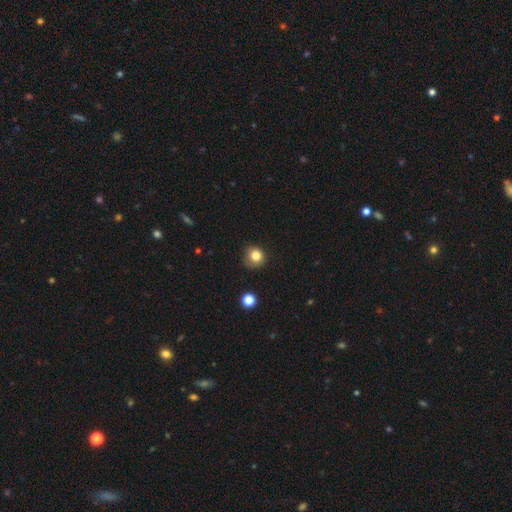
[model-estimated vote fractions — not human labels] A smooth galaxy with no disk features (81%) that is round (88%). Merging: none (74%).